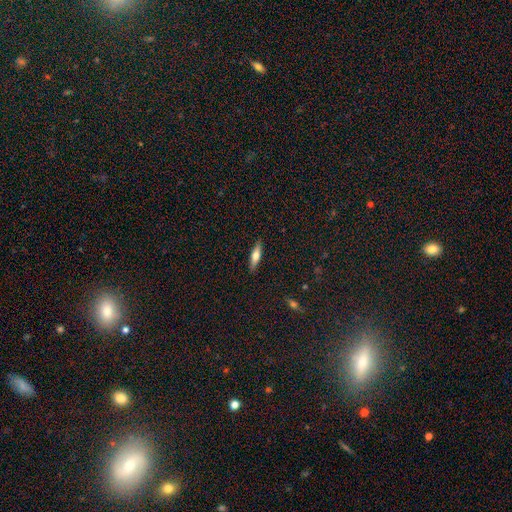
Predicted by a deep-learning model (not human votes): The model was most divided on "smooth or featured": smooth: 55%, featured or disk: 38%, star or artifact: 6%. More confident: merging — none (89%); how rounded — cigar-shaped (67%).